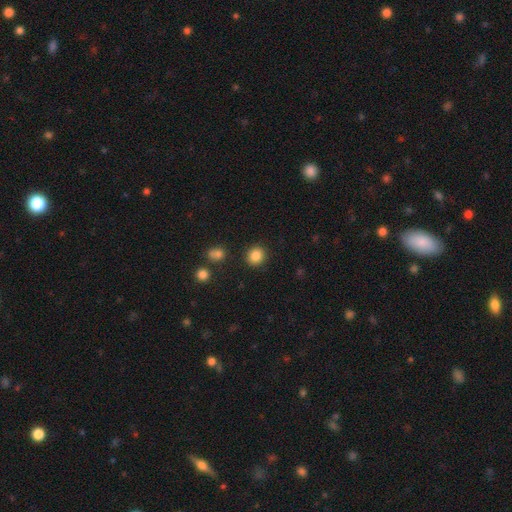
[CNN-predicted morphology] A smooth galaxy with no disk features (85%) that is round (84%). Merging: none (89%).